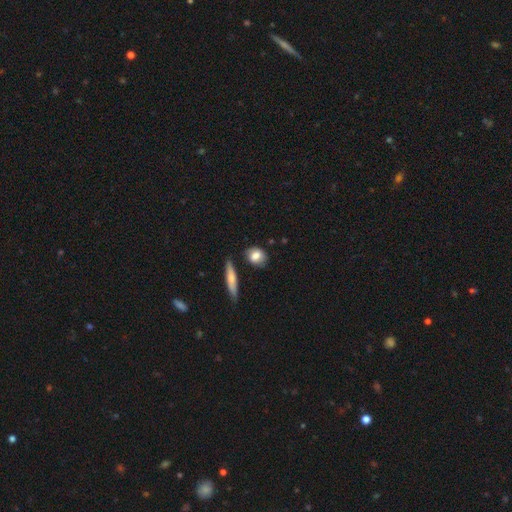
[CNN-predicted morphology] A smooth galaxy with no disk features (80%) that is in between round and cigar-shaped (50%). Merging: none (72%).